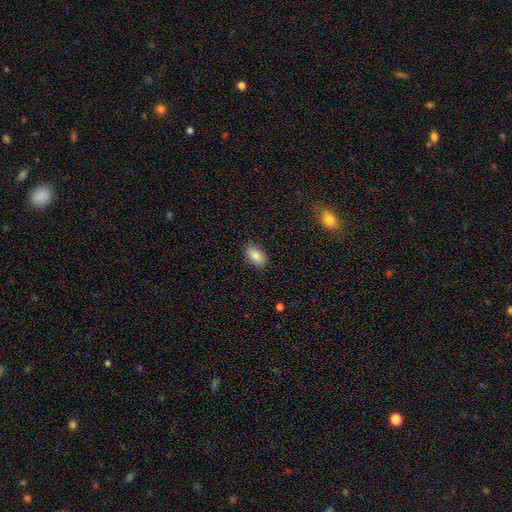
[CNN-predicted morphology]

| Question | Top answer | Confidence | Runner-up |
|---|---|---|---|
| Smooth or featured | smooth | 86% | star or artifact (7%) |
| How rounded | in between | 92% | round (6%) |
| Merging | none | 86% | minor disturbance (11%) |